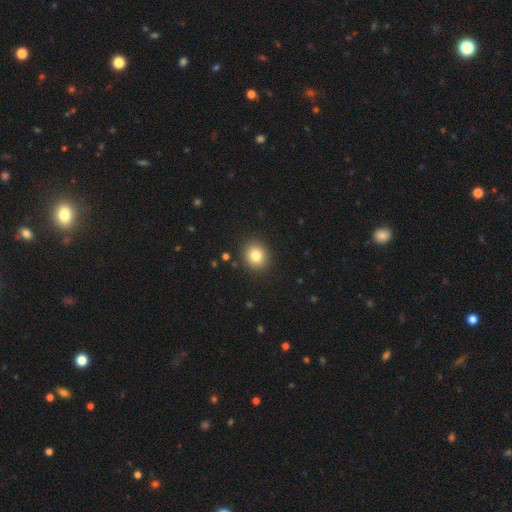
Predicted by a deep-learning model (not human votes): Smooth or featured?
  - smooth: 82% *
  - star or artifact: 11%
  - featured or disk: 7%
How rounded?
  - round: 78% *
  - in between: 21%
  - cigar-shaped: 1%
Merging?
  - none: 90% *
  - minor disturbance: 7%
  - major disturbance: 2%
  - merger: 1%